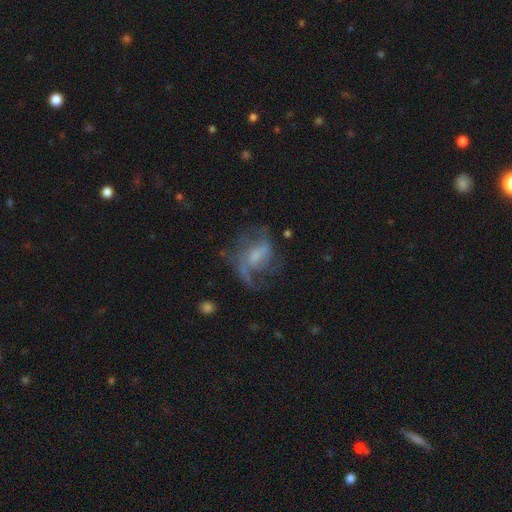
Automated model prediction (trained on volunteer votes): A featured or disk galaxy (72%) with a weak bar (49%), 2 (41%) loose (48%) spiral arms (81%) and a small central bulge (39%).

Vote fractions:
- Smooth or featured? featured or disk: 72% / smooth: 19% / star or artifact: 9%
- Edge-on disk? no: 97% / yes: 3%
- Bar? weak: 49% / no: 34% / strong: 17%
- Spiral arms? yes: 81% / no: 19%
- Spiral winding? loose: 48% / medium: 39% / tight: 13%
- Spiral arm count? 2: 41% / 1: 27% / can't tell: 18% / 3: 8% / 4: 3% / more than 4: 3%
- Bulge size? small: 39% / moderate: 32% / none: 22% / large: 6% / dominant: 1%
- Merging? none: 44% / major disturbance: 34% / minor disturbance: 19% / merger: 3%